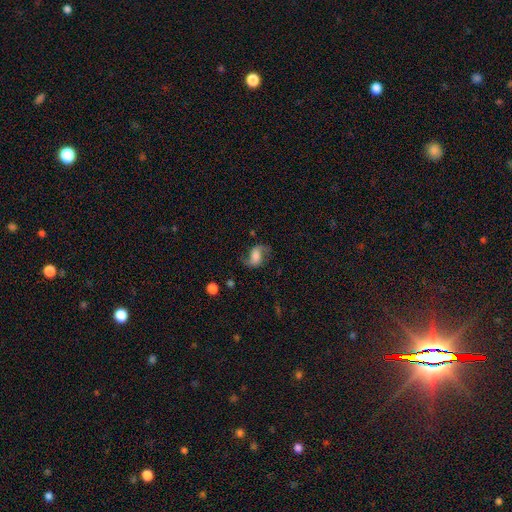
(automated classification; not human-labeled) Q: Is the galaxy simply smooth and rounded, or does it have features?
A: featured or disk — 64%.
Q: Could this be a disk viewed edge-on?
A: no — 96%.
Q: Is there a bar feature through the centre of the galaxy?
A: no — 41%.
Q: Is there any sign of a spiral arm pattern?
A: yes — 92%.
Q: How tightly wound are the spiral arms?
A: loose — 61%.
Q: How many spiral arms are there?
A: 2 — 90%.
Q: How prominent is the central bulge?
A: large — 30%, tied with moderate.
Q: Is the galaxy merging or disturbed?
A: none — 69%.